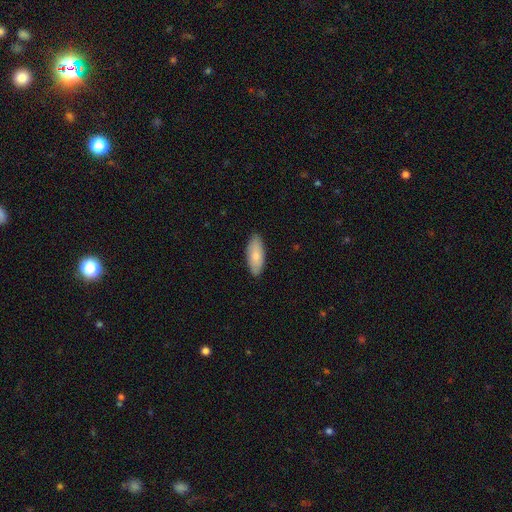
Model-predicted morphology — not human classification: This appears to be a smooth galaxy with no disk features (81%) that is in between round and cigar-shaped (80%). Merging: none (87%).